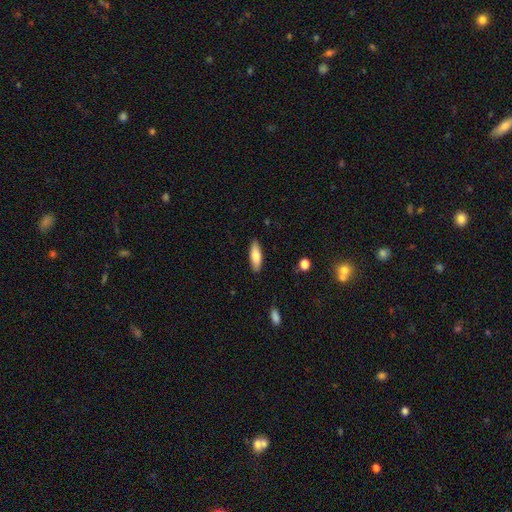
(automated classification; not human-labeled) smooth-or-featured: smooth: 80% | featured or disk: 14% | star or artifact: 6%
  how-rounded: in between: 58% | cigar-shaped: 40% | round: 2%
  merging: none: 87% | minor disturbance: 10% | major disturbance: 2% | merger: 1%